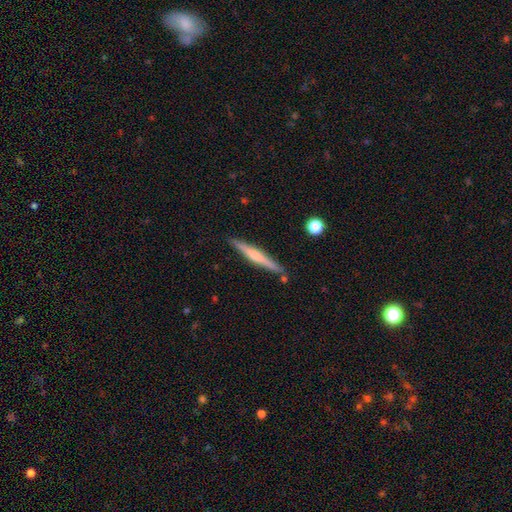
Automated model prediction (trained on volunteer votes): The model was most divided on "smooth or featured": featured or disk: 56%, smooth: 38%, star or artifact: 6%. More confident: edge-on disk — yes (98%); merging — none (87%); edge-on bulge — rounded (60%).